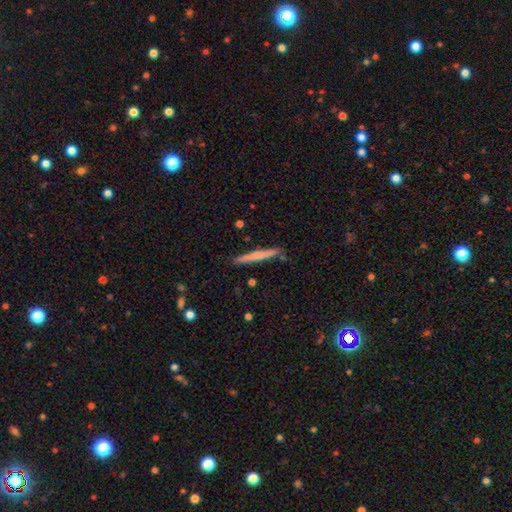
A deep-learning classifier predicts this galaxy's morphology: This appears to be a smooth galaxy with no disk features (51%) that is cigar-shaped (96%). Merging: none (88%).